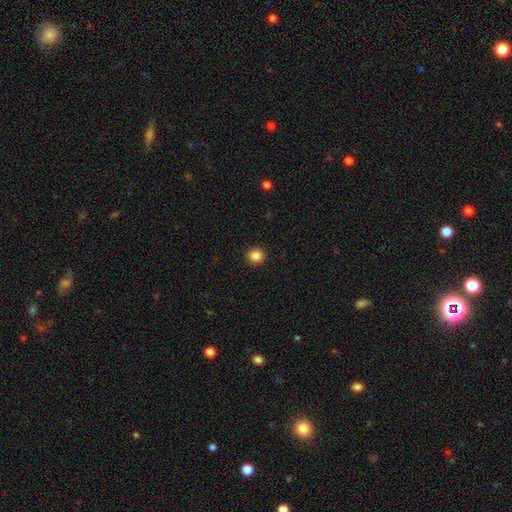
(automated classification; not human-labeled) Smooth or featured: smooth — 86% (star or artifact — 11%)
How rounded: round — 90% (in between — 9%)
Merging: none — 93% (minor disturbance — 5%)